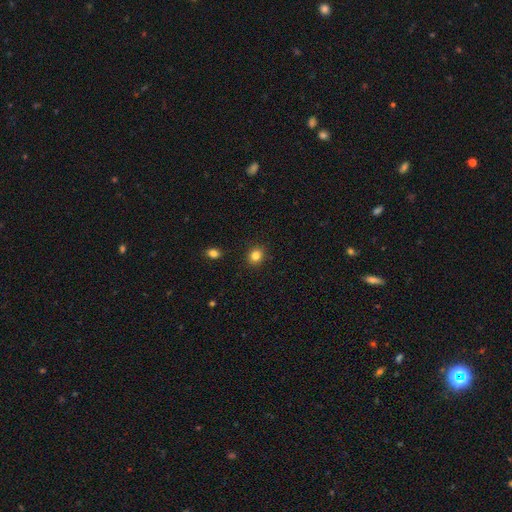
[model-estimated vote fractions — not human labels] Q: Smooth or featured?
A: smooth (83%); runner-up: star or artifact (12%)
Q: How rounded?
A: round (80%); runner-up: in between (20%)
Q: Merging?
A: none (91%); runner-up: minor disturbance (6%)